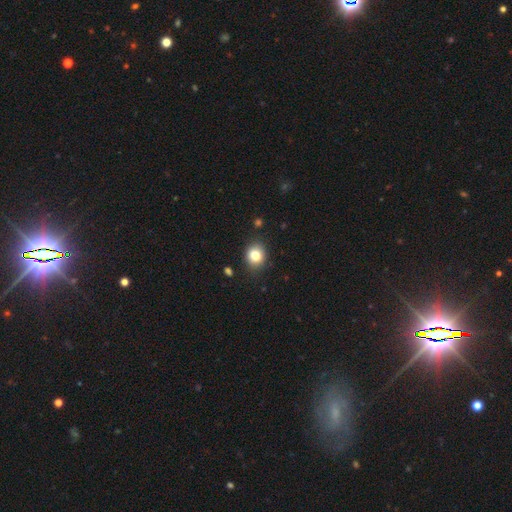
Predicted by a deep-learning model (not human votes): Smooth or featured: smooth — 82% (star or artifact — 10%)
How rounded: round — 66% (in between — 33%)
Merging: none — 84% (minor disturbance — 12%)